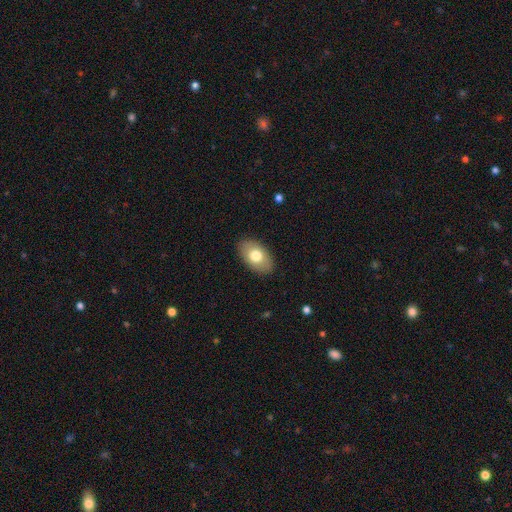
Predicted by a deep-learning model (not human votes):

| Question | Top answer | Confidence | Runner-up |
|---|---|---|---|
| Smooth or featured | smooth | 73% | featured or disk (21%) |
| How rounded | in between | 92% | round (7%) |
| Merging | none | 87% | minor disturbance (10%) |